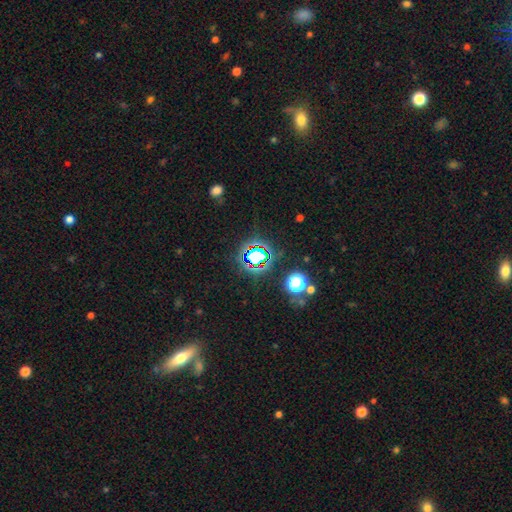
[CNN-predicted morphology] star or artifact 70%, smooth 19%, featured or disk 11%.